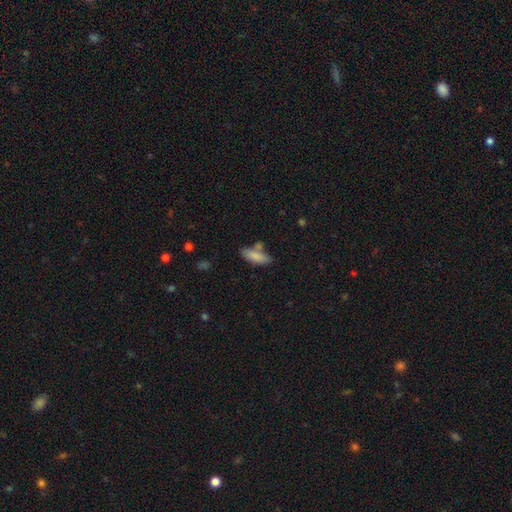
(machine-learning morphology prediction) A smooth galaxy with no disk features (82%) that is in between round and cigar-shaped (58%).

Vote fractions:
- Smooth or featured? smooth: 82% / featured or disk: 11% / star or artifact: 7%
- How rounded? in between: 58% / cigar-shaped: 40% / round: 2%
- Merging? none: 64% / minor disturbance: 16% / merger: 15% / major disturbance: 4%